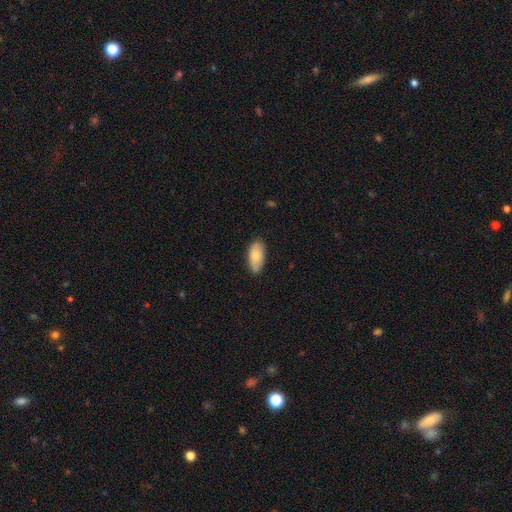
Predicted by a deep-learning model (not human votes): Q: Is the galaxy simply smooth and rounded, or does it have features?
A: smooth — 78%.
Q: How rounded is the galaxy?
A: in between — 93%.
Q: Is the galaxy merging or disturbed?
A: none — 80%.